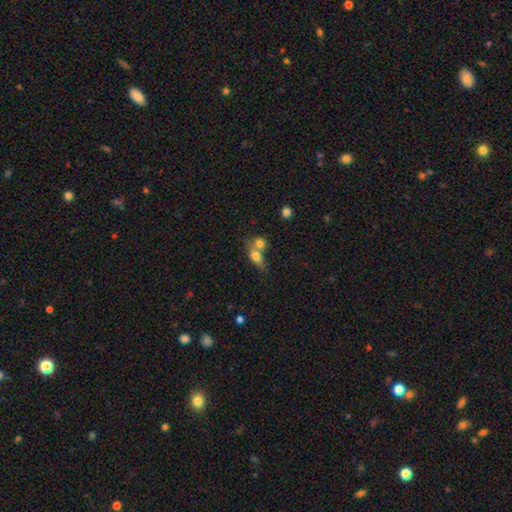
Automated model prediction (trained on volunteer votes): A smooth galaxy with no disk features (72%) that is in between round and cigar-shaped (58%). Merging: merger (62%).